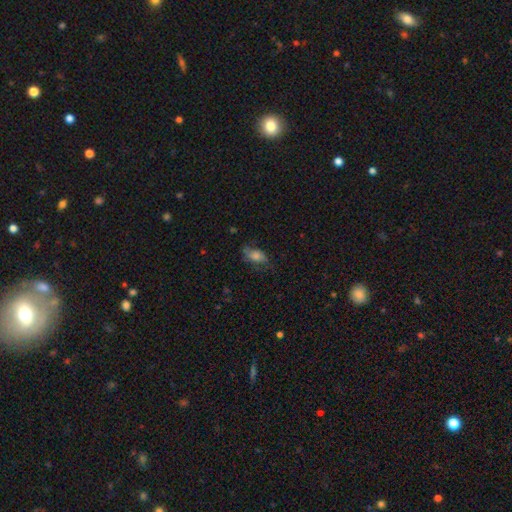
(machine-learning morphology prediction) Smooth or featured? Predicted: smooth (p=0.60). How rounded? Predicted: in between (p=0.84). Merging? Predicted: none (p=0.61).